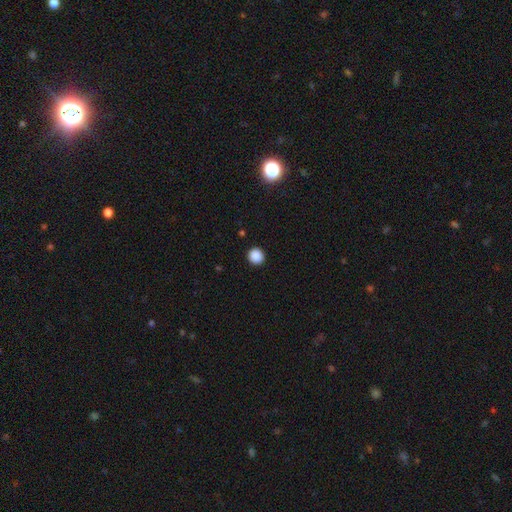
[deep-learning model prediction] This appears to be a smooth galaxy with no disk features (88%) that is round (94%). Merging: none (93%).